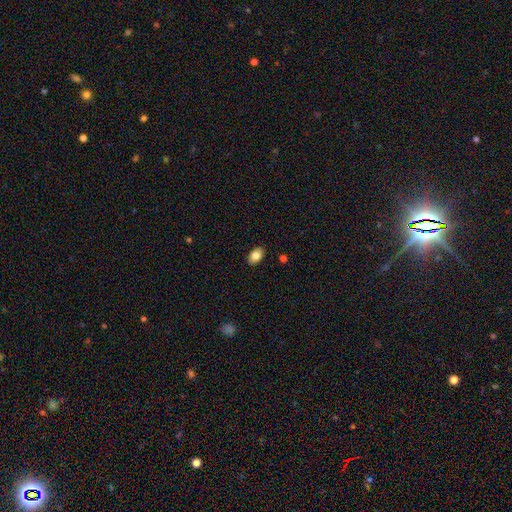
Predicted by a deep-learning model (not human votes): The model was most divided on "smooth or featured": smooth: 83%, featured or disk: 9%, star or artifact: 8%. More confident: how rounded — in between (90%); merging — none (89%).